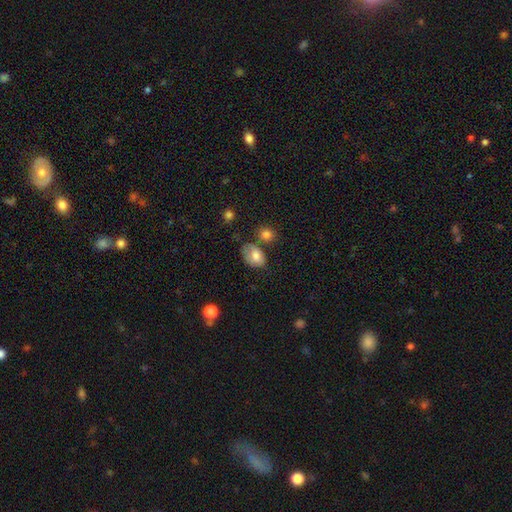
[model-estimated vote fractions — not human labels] A smooth galaxy with no disk features (75%) that is in between round and cigar-shaped (84%). Merging: none (45%).